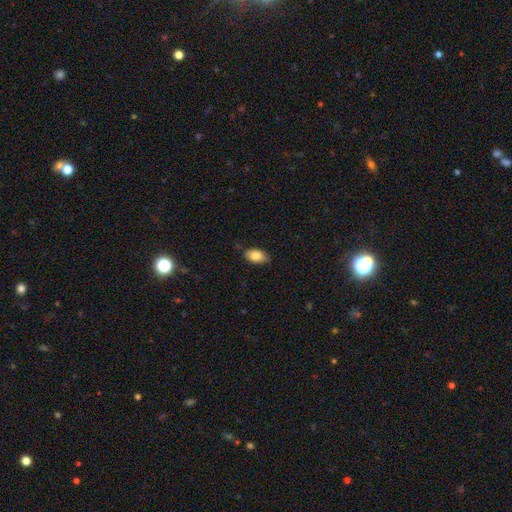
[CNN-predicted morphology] This appears to be a smooth galaxy with no disk features (84%) that is in between round and cigar-shaped (92%). Merging: none (81%).